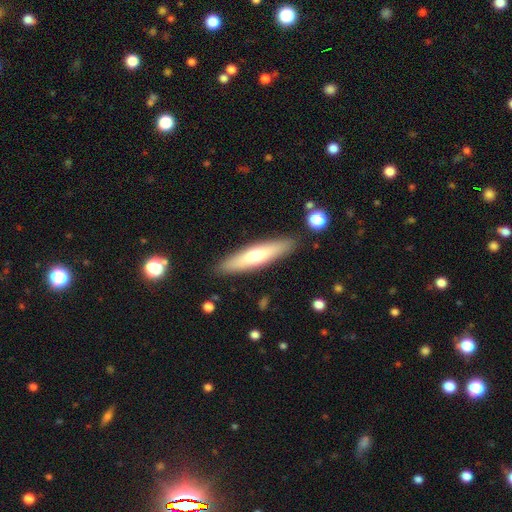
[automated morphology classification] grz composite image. It shows a smooth galaxy with no disk features (58%) that is cigar-shaped (77%). Merging: none (88%).